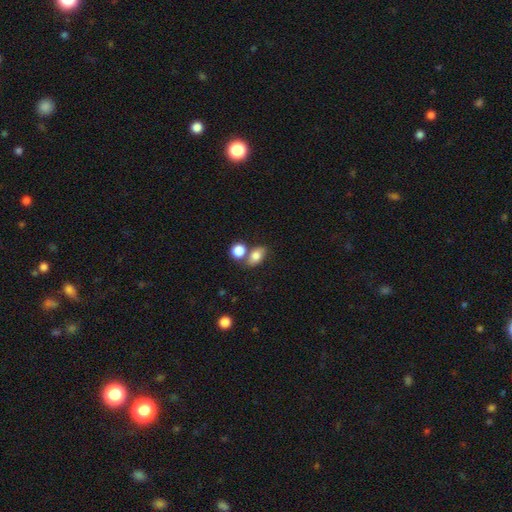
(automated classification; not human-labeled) Morphology: type=smooth (79%); roundness=in between (73%); merging=none (49%).